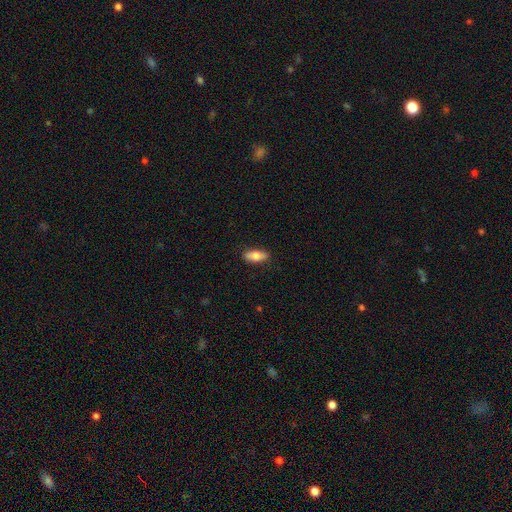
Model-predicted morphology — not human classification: This is likely a smooth galaxy (76%). How rounded: clearly in between (83%). Merging: clearly none (86%).